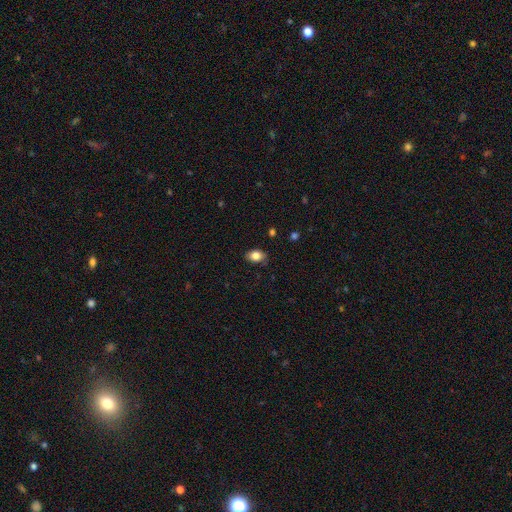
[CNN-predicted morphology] Smooth or featured?
  - smooth: 83% *
  - featured or disk: 9%
  - star or artifact: 9%
How rounded?
  - in between: 84% *
  - round: 15%
  - cigar-shaped: 1%
Merging?
  - none: 79% *
  - minor disturbance: 17%
  - major disturbance: 3%
  - merger: 1%